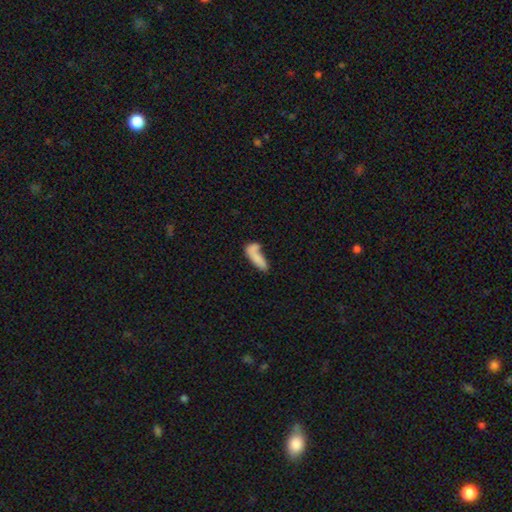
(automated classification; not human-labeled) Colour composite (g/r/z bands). It shows a smooth galaxy with no disk features (73%) that is in between round and cigar-shaped (51%). Merging: merger (38%).